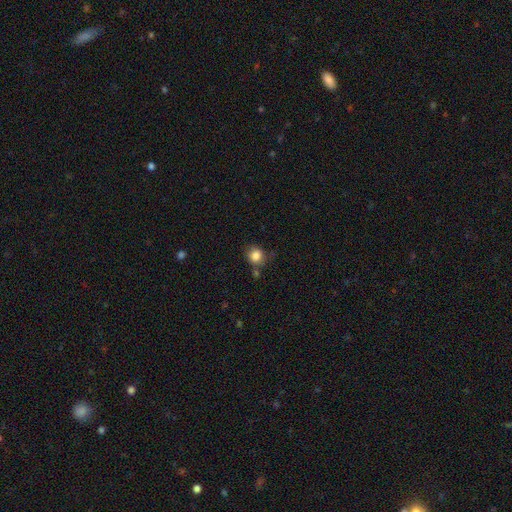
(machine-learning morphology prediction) smooth 84%, star or artifact 10%, featured or disk 6%. Down the decision tree: how rounded — round (81%); merging — none (69%).